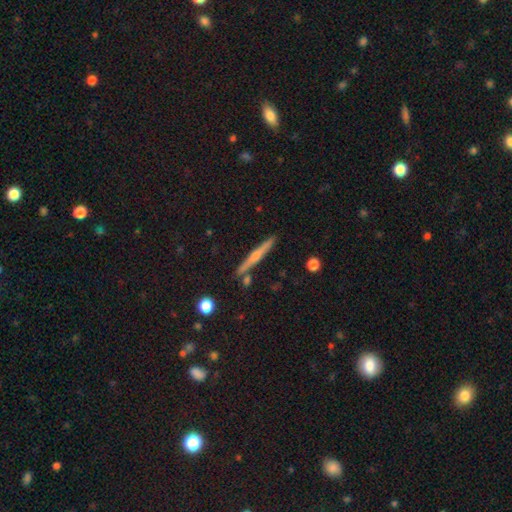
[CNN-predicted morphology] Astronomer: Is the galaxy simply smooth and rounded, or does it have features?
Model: featured or disk — 61%.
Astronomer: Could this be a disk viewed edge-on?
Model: yes — 97%.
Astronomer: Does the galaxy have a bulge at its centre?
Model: rounded — 71%.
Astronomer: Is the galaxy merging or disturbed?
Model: none — 86%.